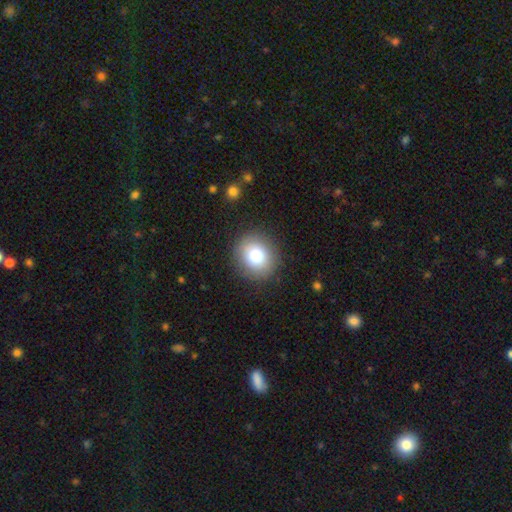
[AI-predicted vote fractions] Q: Smooth or featured?
A: smooth (77%); runner-up: featured or disk (12%)
Q: How rounded?
A: round (83%); runner-up: in between (16%)
Q: Merging?
A: none (88%); runner-up: minor disturbance (8%)